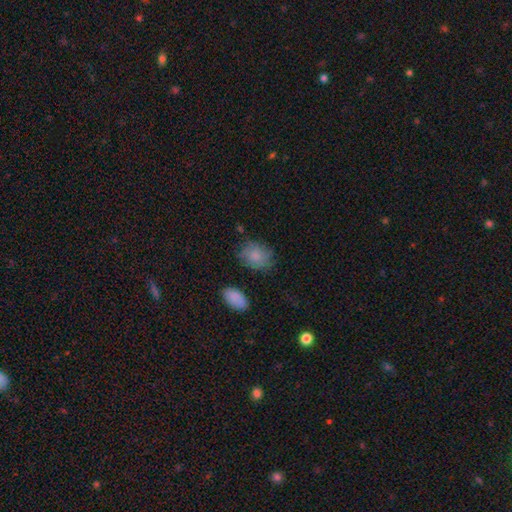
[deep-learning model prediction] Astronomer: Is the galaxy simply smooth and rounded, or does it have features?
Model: smooth — 82%.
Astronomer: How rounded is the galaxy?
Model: in between — 62% (runner-up: round, 37%).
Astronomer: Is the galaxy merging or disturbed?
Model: none — 71%.